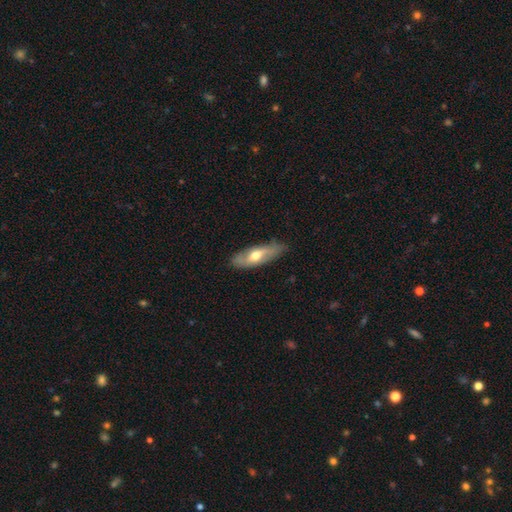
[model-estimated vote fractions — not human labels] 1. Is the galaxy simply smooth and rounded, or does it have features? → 49% smooth, 45% featured or disk, 6% star or artifact.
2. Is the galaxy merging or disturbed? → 77% none, 18% minor disturbance, 4% major disturbance, 1% merger.